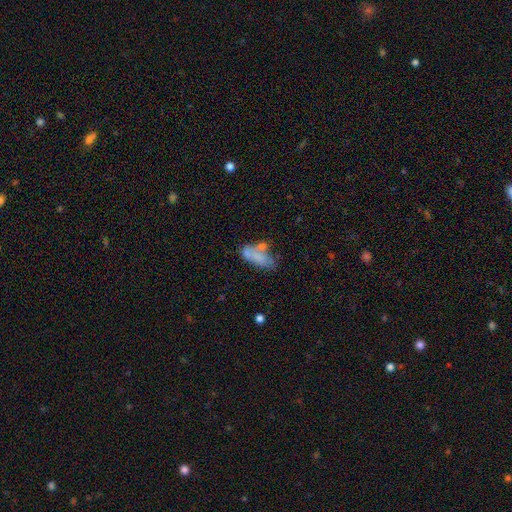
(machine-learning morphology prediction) Smooth or featured? smooth (61%)
How rounded? in between (75%)
Merging? none (35%)